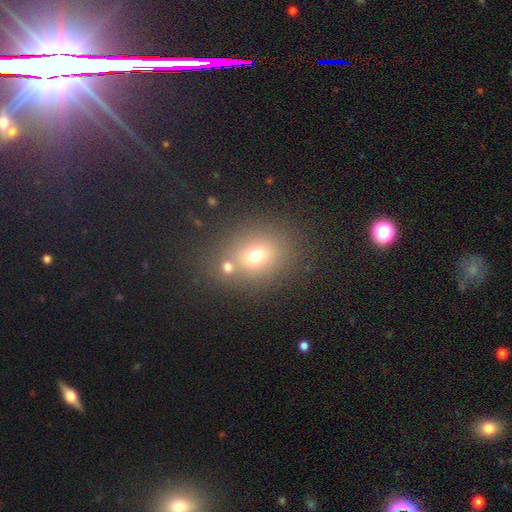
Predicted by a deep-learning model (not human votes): Smooth or featured: smooth — 68% (star or artifact — 18%)
How rounded: round — 63% (in between — 36%)
Merging: none — 61% (merger — 23%)